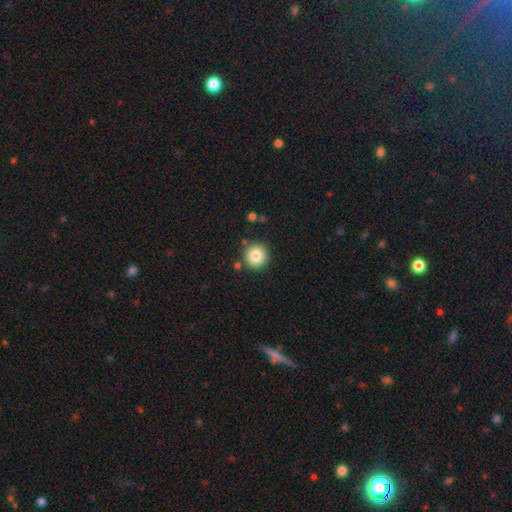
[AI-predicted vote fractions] Q: Smooth or featured?
A: smooth (83%); runner-up: star or artifact (9%)
Q: How rounded?
A: round (94%); runner-up: in between (5%)
Q: Merging?
A: none (87%); runner-up: minor disturbance (8%)